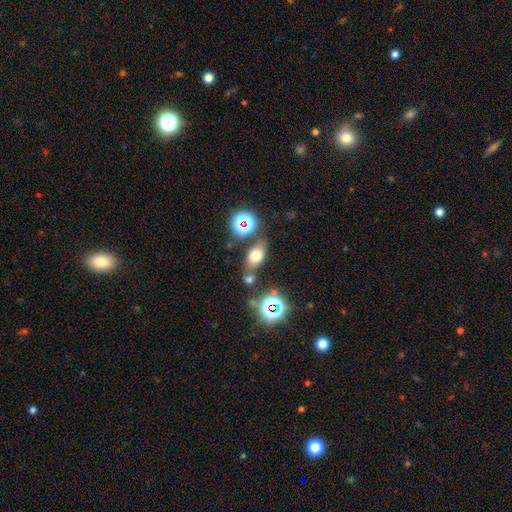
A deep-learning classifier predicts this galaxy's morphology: The model was most divided on "smooth or featured": smooth: 66%, star or artifact: 18%, featured or disk: 16%. More confident: how rounded — in between (74%); merging — none (68%).